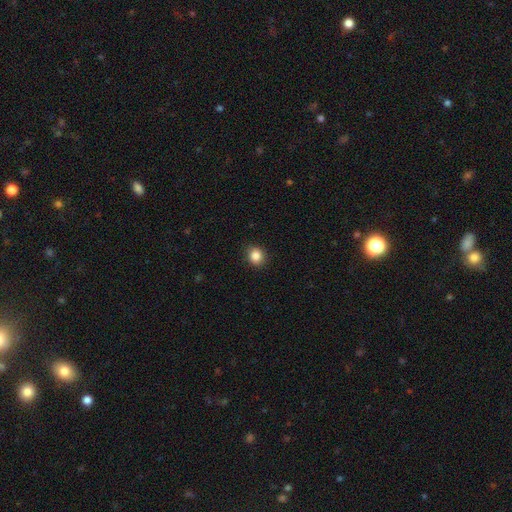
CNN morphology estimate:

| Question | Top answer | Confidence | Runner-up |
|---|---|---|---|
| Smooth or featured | smooth | 86% | star or artifact (10%) |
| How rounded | round | 80% | in between (19%) |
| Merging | none | 90% | minor disturbance (7%) |